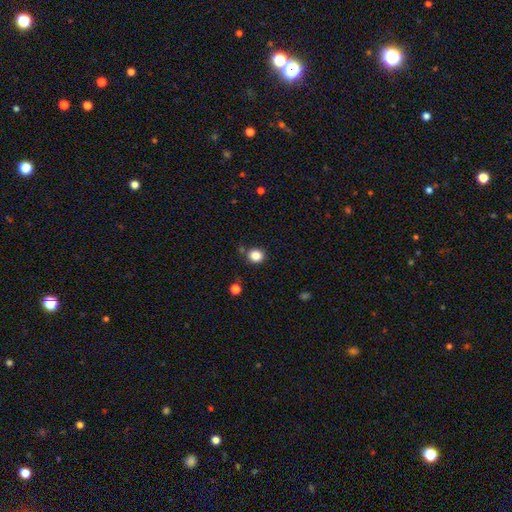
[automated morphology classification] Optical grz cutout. It shows a smooth galaxy with no disk features (85%) that is round (80%). Merging: none (81%).